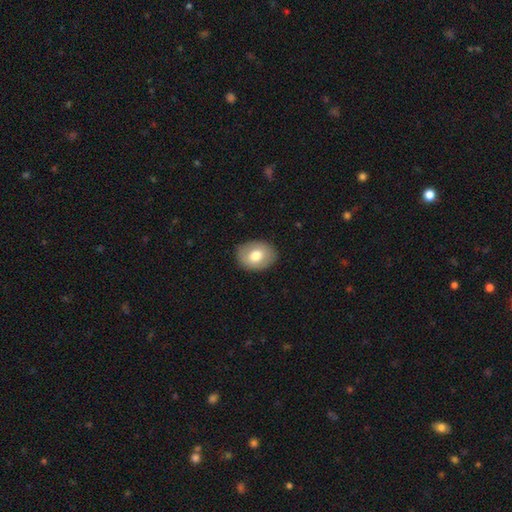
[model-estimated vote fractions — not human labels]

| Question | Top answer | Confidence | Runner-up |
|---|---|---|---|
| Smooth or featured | smooth | 73% | featured or disk (20%) |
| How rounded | in between | 64% | round (35%) |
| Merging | none | 86% | minor disturbance (10%) |